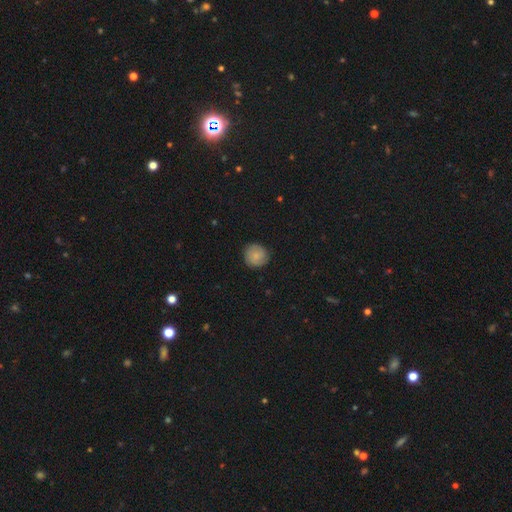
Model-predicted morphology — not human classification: This appears to be a smooth galaxy with no disk features (73%) that is round (90%). Merging: none (84%).